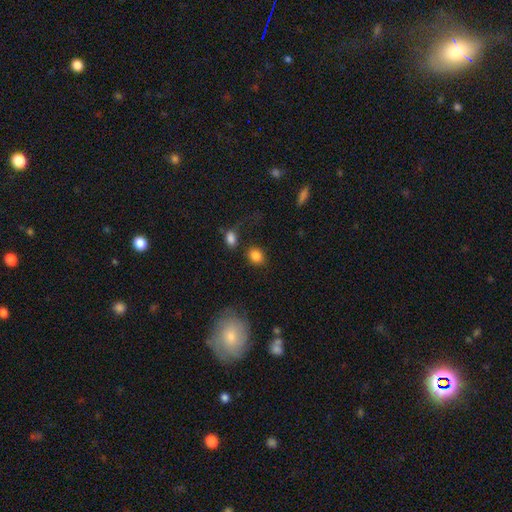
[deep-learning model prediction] The model was most divided on "how rounded": round: 60%, in between: 39%, cigar-shaped: 1%. More confident: smooth or featured — smooth (86%); merging — none (75%).